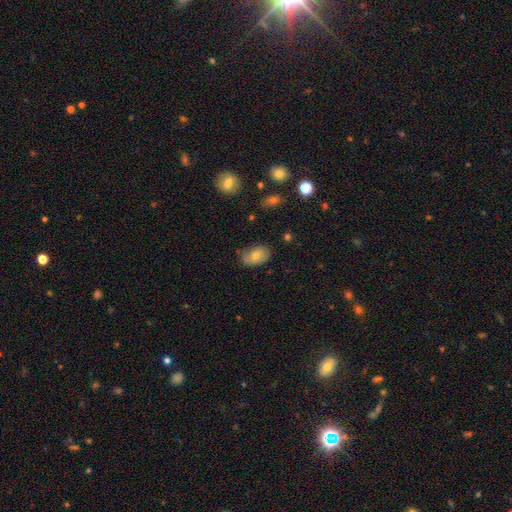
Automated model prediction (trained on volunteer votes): A smooth galaxy with no disk features (70%) that is in between round and cigar-shaped (89%). Merging: none (71%).